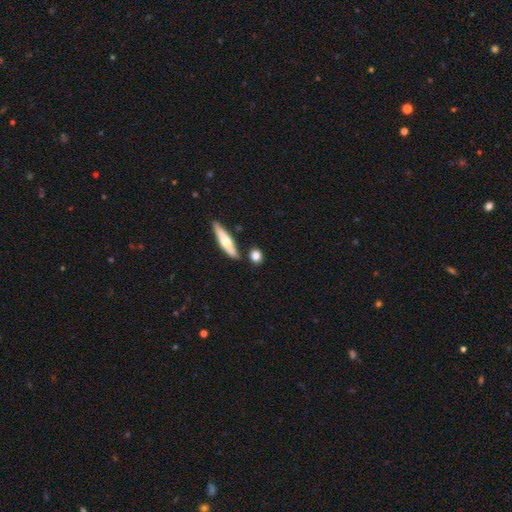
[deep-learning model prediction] Morphology: type=smooth (80%); roundness=round (65%); merging=none (76%).